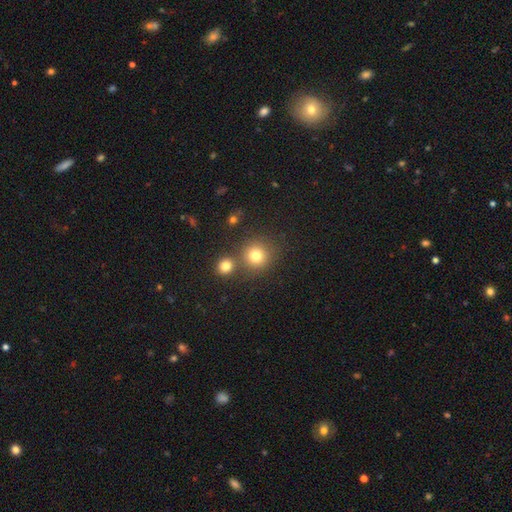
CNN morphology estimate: The model was most divided on "merging": none: 71%, merger: 18%, minor disturbance: 8%, major disturbance: 3%. More confident: how rounded — round (91%); smooth or featured — smooth (78%).